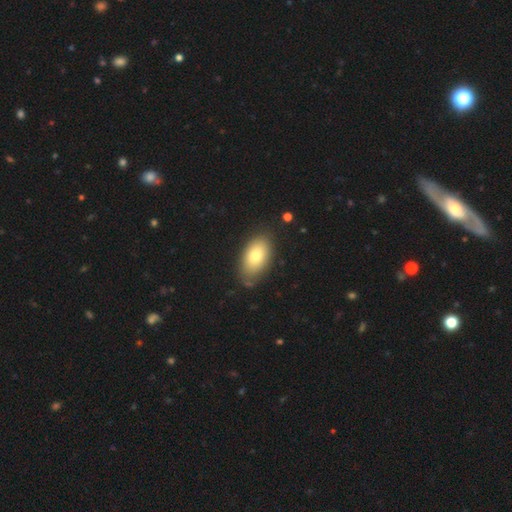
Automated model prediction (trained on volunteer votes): Smooth or featured?
  - smooth: 77% *
  - featured or disk: 16%
  - star or artifact: 7%
How rounded?
  - in between: 93% *
  - round: 5%
  - cigar-shaped: 2%
Merging?
  - none: 78% *
  - minor disturbance: 16%
  - major disturbance: 3%
  - merger: 2%